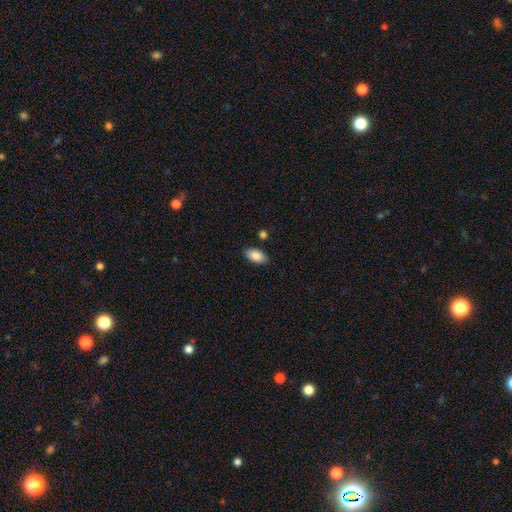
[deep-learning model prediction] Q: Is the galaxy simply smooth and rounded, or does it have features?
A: smooth — 87%.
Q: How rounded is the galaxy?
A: in between — 94%.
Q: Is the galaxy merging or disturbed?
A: none — 86%.